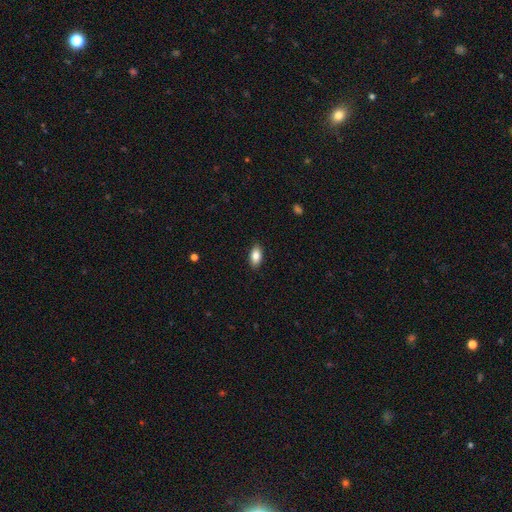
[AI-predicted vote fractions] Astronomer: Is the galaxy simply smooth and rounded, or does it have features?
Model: smooth — 85%.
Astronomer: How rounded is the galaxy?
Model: in between — 90%.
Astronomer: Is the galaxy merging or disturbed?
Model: none — 87%.